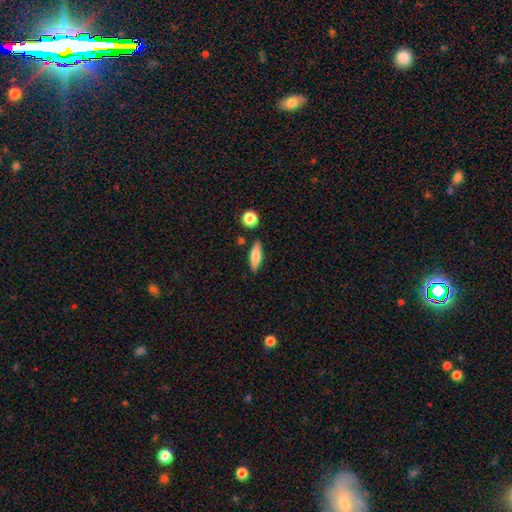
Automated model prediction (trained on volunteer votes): Q: Smooth or featured?
A: smooth (70%); runner-up: featured or disk (23%)
Q: How rounded?
A: cigar-shaped (53%); runner-up: in between (43%)
Q: Merging?
A: none (83%); runner-up: minor disturbance (10%)